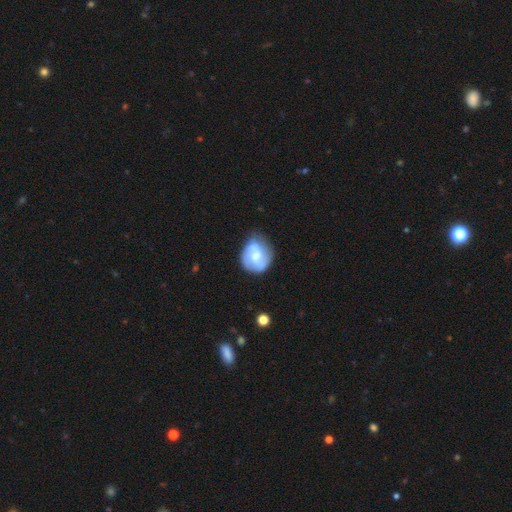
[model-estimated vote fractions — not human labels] Q: Smooth or featured?
A: featured or disk (61%); runner-up: smooth (33%)
Q: Edge-on disk?
A: no (98%); runner-up: yes (2%)
Q: Bar?
A: no (53%); runner-up: weak (39%)
Q: Spiral arms?
A: yes (80%); runner-up: no (20%)
Q: Bulge size?
A: moderate (54%); runner-up: small (27%)
Q: Merging?
A: none (54%); runner-up: minor disturbance (28%)